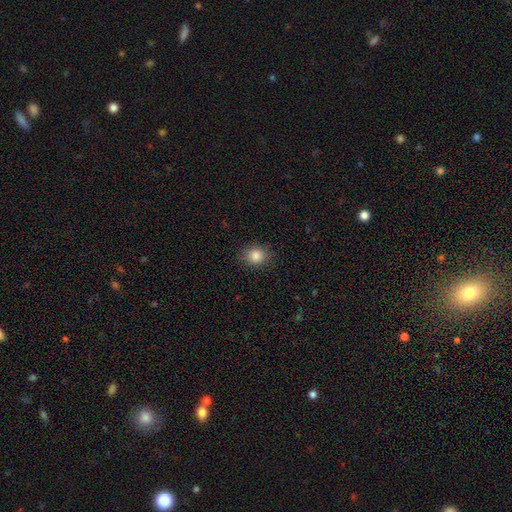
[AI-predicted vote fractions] A smooth galaxy with no disk features (85%) that is round (70%).

Vote fractions:
- Smooth or featured? smooth: 85% / star or artifact: 10% / featured or disk: 4%
- How rounded? round: 70% / in between: 29% / cigar-shaped: 1%
- Merging? none: 87% / minor disturbance: 9% / major disturbance: 3% / merger: 1%